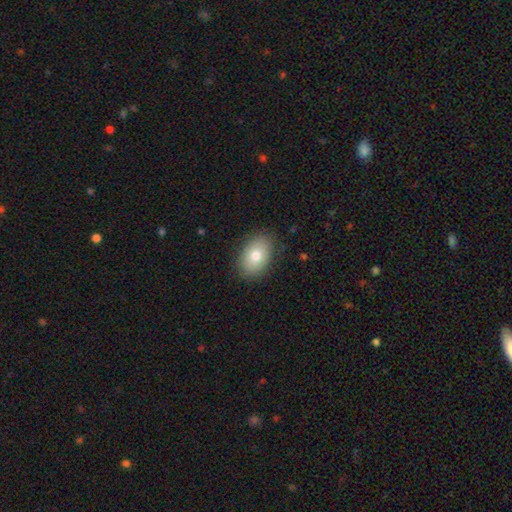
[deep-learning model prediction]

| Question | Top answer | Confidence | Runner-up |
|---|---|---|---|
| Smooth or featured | smooth | 78% | featured or disk (14%) |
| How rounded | in between | 86% | round (13%) |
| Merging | none | 86% | minor disturbance (11%) |